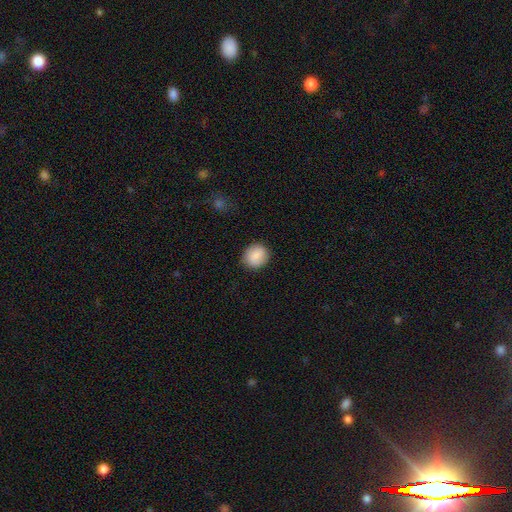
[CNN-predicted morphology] Smooth or featured: smooth — 87% (star or artifact — 7%)
How rounded: round — 73% (in between — 26%)
Merging: none — 84% (minor disturbance — 12%)